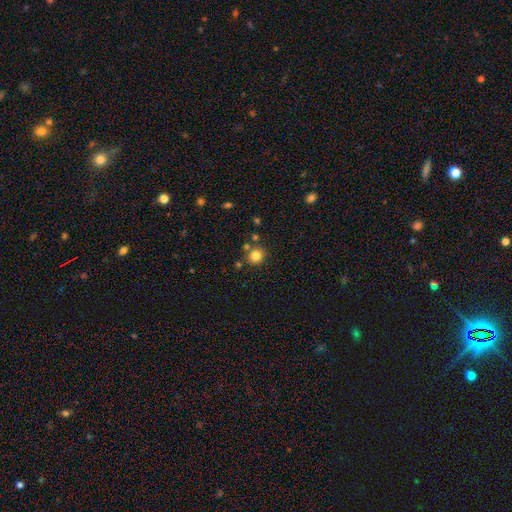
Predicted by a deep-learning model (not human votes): Smooth or featured?
  - smooth: 82% *
  - star or artifact: 12%
  - featured or disk: 5%
How rounded?
  - round: 89% *
  - in between: 10%
  - cigar-shaped: 1%
Merging?
  - none: 79% *
  - merger: 9%
  - minor disturbance: 8%
  - major disturbance: 3%